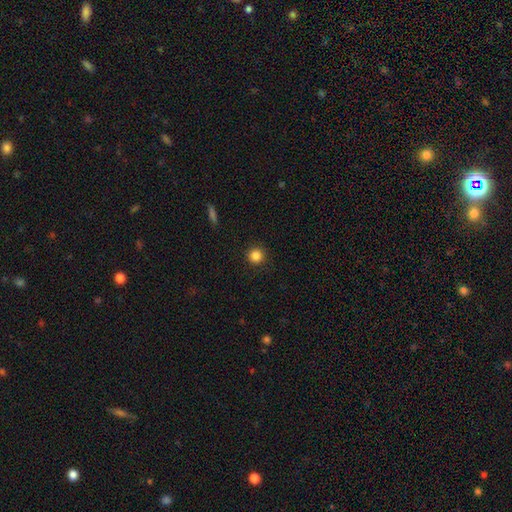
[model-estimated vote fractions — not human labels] Morphology: type=smooth (85%); roundness=round (95%); merging=none (92%).